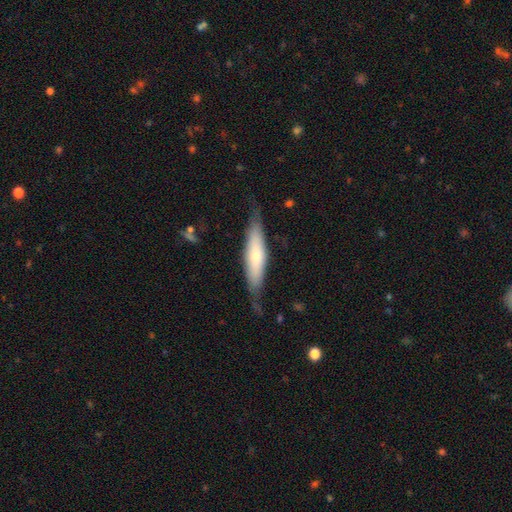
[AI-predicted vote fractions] Smooth or featured: smooth — 52% (featured or disk — 42%)
How rounded: cigar-shaped — 71% (in between — 28%)
Merging: none — 71% (minor disturbance — 21%)